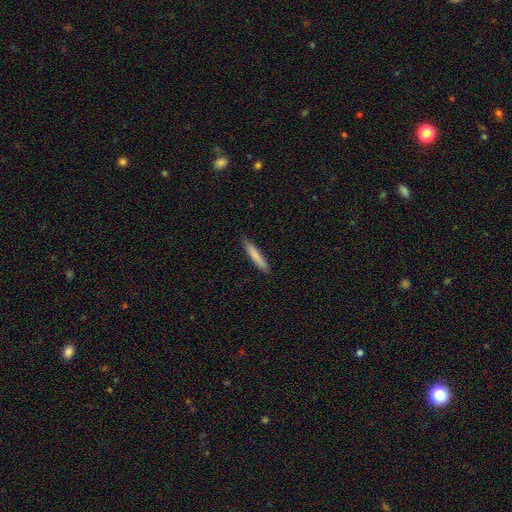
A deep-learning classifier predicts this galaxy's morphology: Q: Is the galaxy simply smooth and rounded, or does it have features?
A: smooth — 80%.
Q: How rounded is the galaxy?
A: cigar-shaped — 93%.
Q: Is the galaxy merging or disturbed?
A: none — 88%.